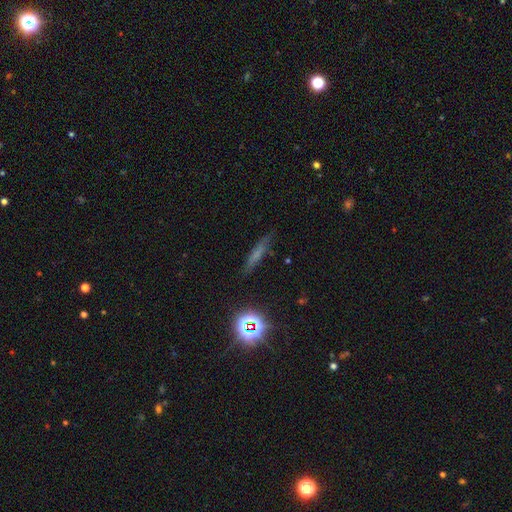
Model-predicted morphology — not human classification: Smooth or featured: smooth — 48% (featured or disk — 29%)
Merging: none — 84% (minor disturbance — 12%)